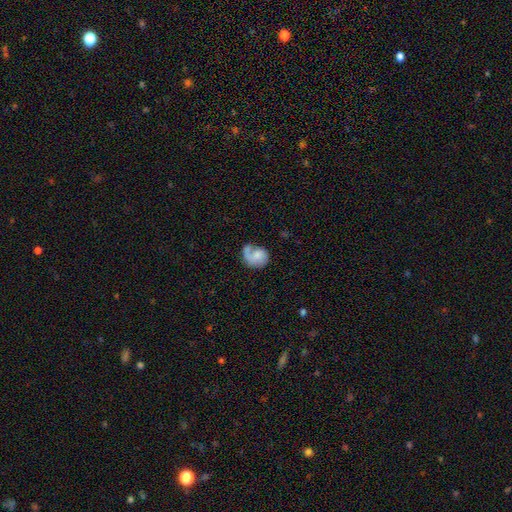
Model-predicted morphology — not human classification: This appears to be a smooth galaxy with no disk features (47%). Merging: none (40%).